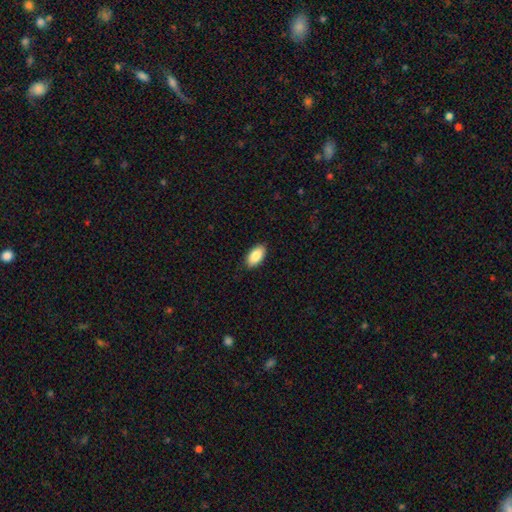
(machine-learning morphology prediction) Q: Smooth or featured?
A: smooth (88%); runner-up: star or artifact (6%)
Q: How rounded?
A: in between (95%); runner-up: round (3%)
Q: Merging?
A: none (89%); runner-up: minor disturbance (8%)